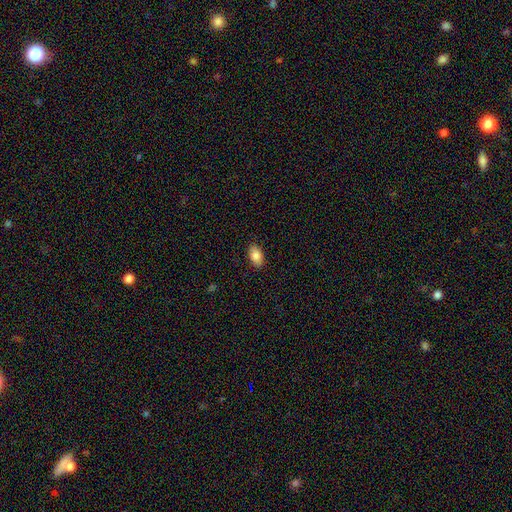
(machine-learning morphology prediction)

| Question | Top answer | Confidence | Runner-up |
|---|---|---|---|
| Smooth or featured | smooth | 86% | star or artifact (7%) |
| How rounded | in between | 92% | round (6%) |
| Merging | none | 88% | minor disturbance (9%) |